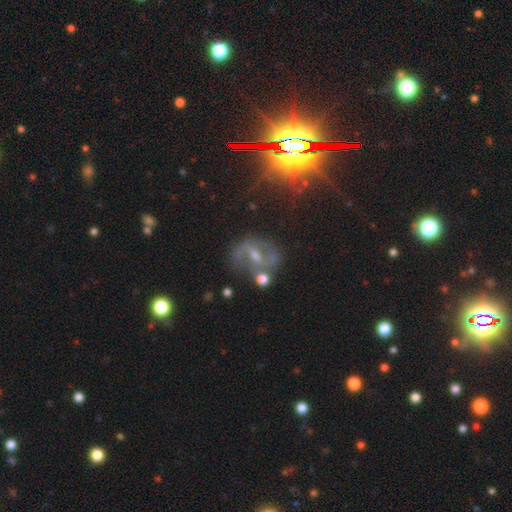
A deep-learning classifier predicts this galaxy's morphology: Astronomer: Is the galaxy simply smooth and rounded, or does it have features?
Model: featured or disk — 74%.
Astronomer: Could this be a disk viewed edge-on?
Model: no — 96%.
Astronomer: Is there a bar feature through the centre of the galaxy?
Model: weak — 44% (runner-up: strong, 36%).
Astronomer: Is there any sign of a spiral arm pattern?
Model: yes — 85%.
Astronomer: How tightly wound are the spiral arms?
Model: medium — 47% (runner-up: loose, 35%).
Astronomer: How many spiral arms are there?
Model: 2 — 85%.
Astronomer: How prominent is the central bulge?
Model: moderate — 49% (runner-up: small, 44%).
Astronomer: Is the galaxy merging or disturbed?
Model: none — 65%.